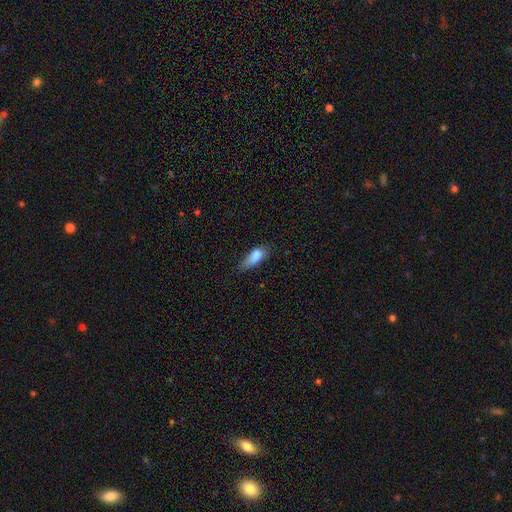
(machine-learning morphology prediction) A smooth galaxy with no disk features (81%) that is in between round and cigar-shaped (79%).

Vote fractions:
- Smooth or featured? smooth: 81% / featured or disk: 11% / star or artifact: 8%
- How rounded? in between: 79% / cigar-shaped: 17% / round: 4%
- Merging? minor disturbance: 42% / none: 37% / major disturbance: 18% / merger: 3%